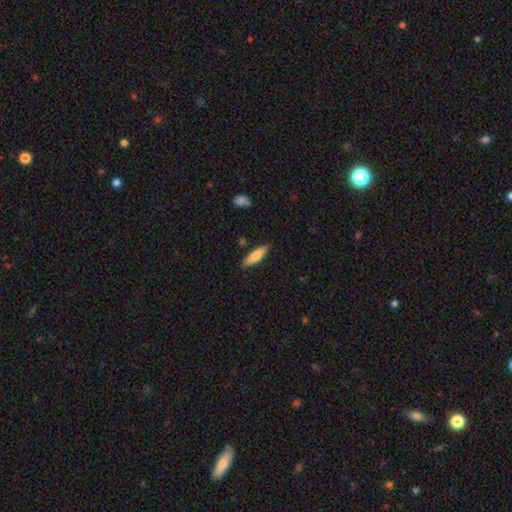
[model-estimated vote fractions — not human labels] Overall: smooth (72%). How rounded: cigar-shaped (52%; in between 46%). Merging: none (86%).